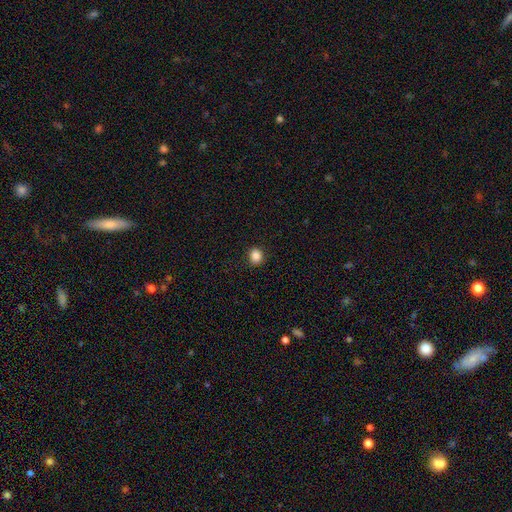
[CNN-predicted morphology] This is clearly a smooth galaxy (86%). How rounded: likely round (76%). Merging: clearly none (90%).